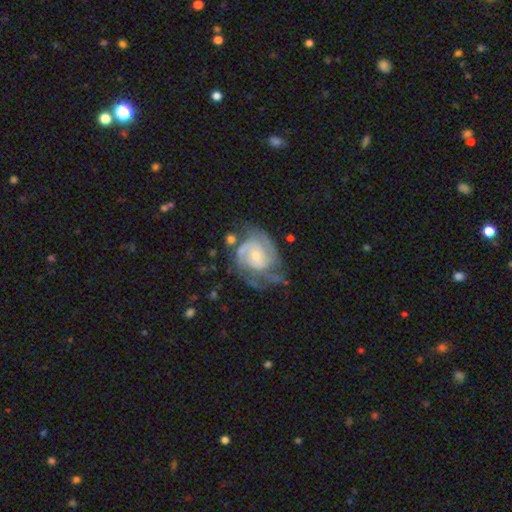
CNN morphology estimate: The model was most divided on "spiral winding": tight: 54%, medium: 37%, loose: 9%. More confident: edge-on disk — no (98%); spiral arms — yes (96%); smooth or featured — featured or disk (87%); bar — no (63%); bulge size — small (58%); merging — none (56%); spiral arm count — 2 (52%).